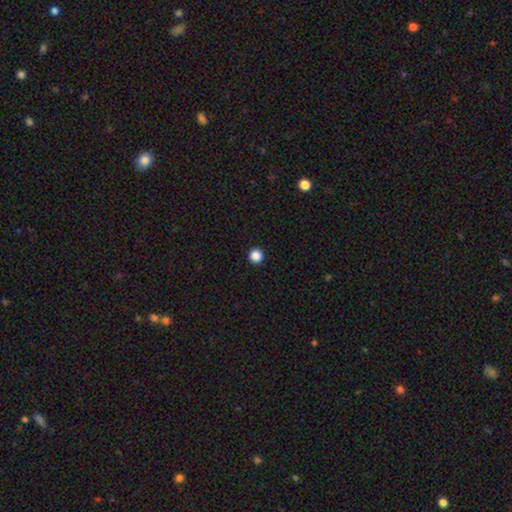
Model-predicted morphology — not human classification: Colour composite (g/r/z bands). It shows a smooth galaxy with no disk features (87%) that is round (96%). Merging: none (94%).